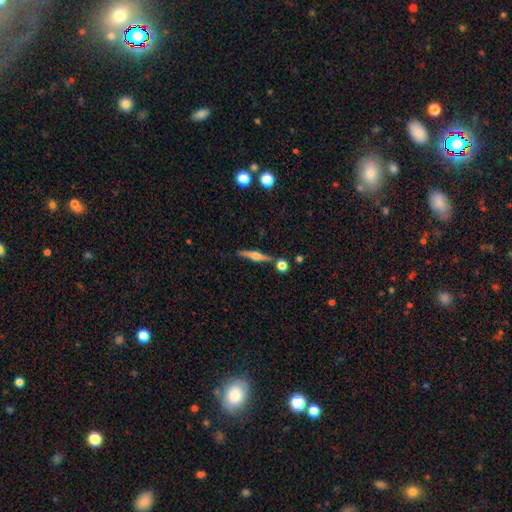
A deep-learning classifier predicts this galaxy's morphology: This is likely a featured or disk galaxy (67%). It is clearly viewed edge-on (97%). Edge-on bulge: clearly rounded (91%). Merging: likely none (80%).